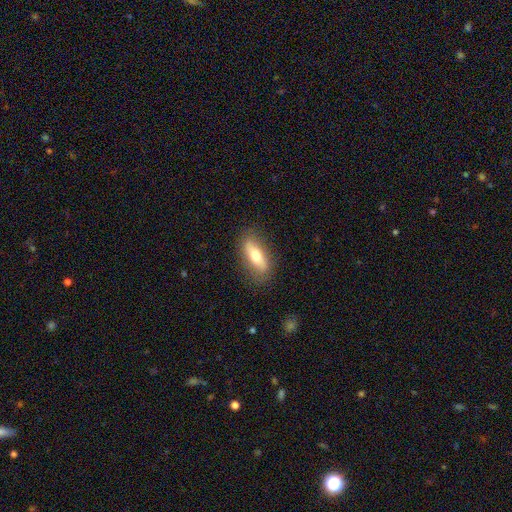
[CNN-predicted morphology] A smooth galaxy with no disk features (60%) that is in between round and cigar-shaped (60%). Merging: none (81%).